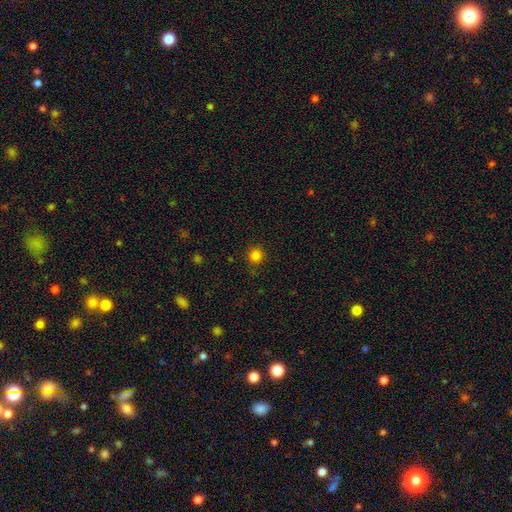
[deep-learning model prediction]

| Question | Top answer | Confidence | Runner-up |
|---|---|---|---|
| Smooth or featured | smooth | 82% | star or artifact (14%) |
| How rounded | round | 93% | in between (6%) |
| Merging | none | 88% | minor disturbance (8%) |